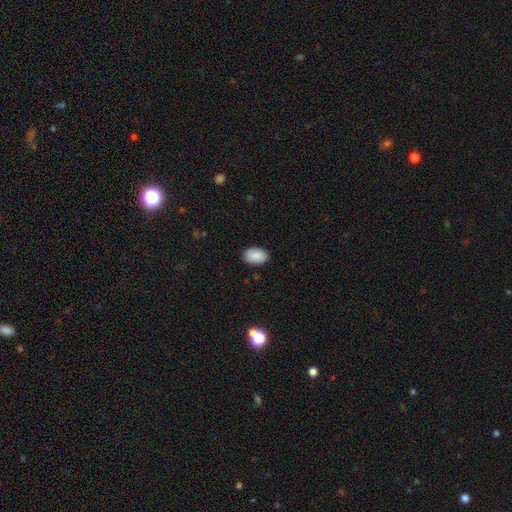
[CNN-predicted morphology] The model was most divided on "how rounded": in between: 87%, round: 12%, cigar-shaped: 1%. More confident: smooth or featured — smooth (88%); merging — none (87%).